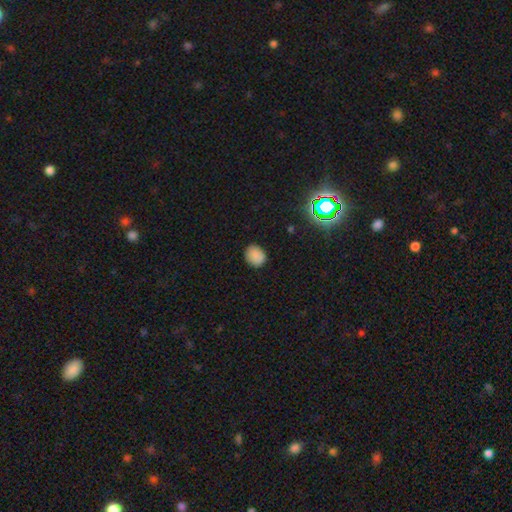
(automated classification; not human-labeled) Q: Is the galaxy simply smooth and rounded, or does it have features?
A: smooth — 85%.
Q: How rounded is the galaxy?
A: round — 69%.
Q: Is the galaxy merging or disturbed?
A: none — 87%.